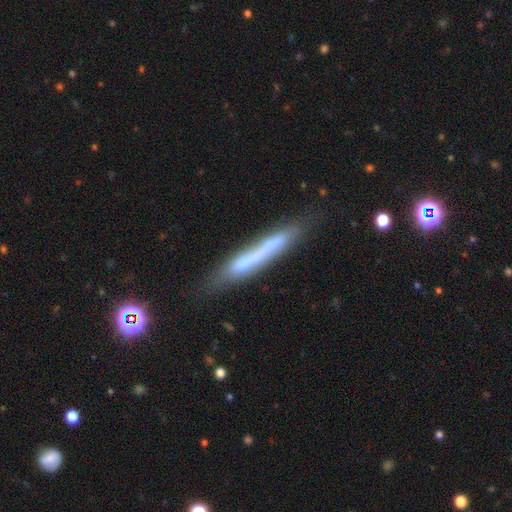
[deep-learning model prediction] Morphology: type=smooth (50%); roundness=cigar-shaped (95%); merging=none (67%).